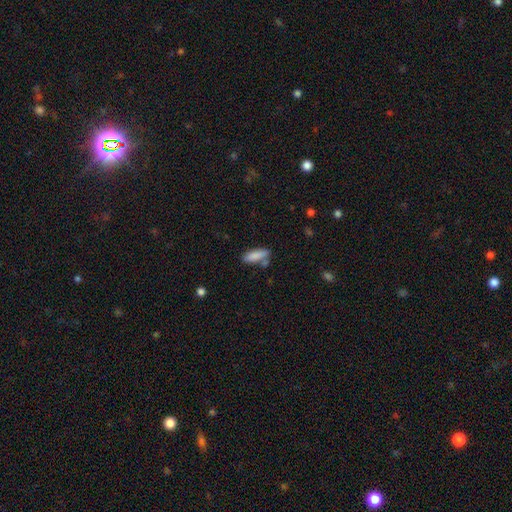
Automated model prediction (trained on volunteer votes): smooth 85%, featured or disk 8%, star or artifact 7%. Down the decision tree: how rounded — in between (55%); merging — none (67%).